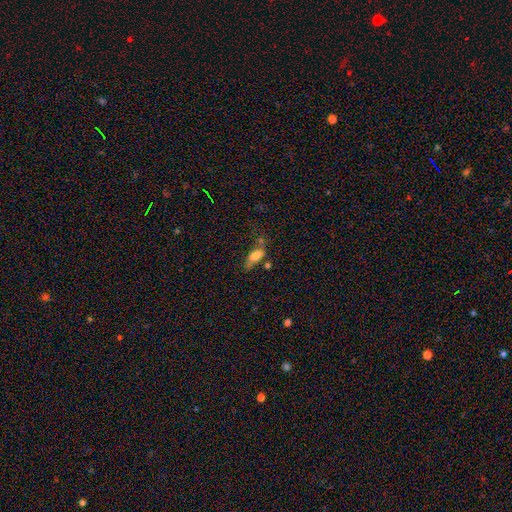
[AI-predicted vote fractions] smooth_or_featured: smooth (p=0.66) [alt: featured or disk p=0.23]
how_rounded: in between (p=0.73) [alt: cigar-shaped p=0.23]
merging: none (p=0.35) [alt: minor disturbance p=0.27]